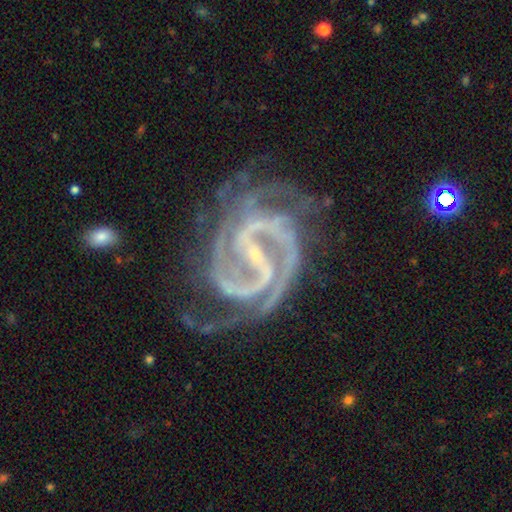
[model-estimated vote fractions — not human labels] Overall: featured or disk (93%). Edge-on disk: no (98%). Bar: strong (53%; weak 33%). Spiral arms: yes (99%). Spiral arm count: 2 (46%; 3 23%). Spiral winding: tight (50%; medium 43%). Bulge size: small (82%). Merging: none (61%; minor disturbance 21%).